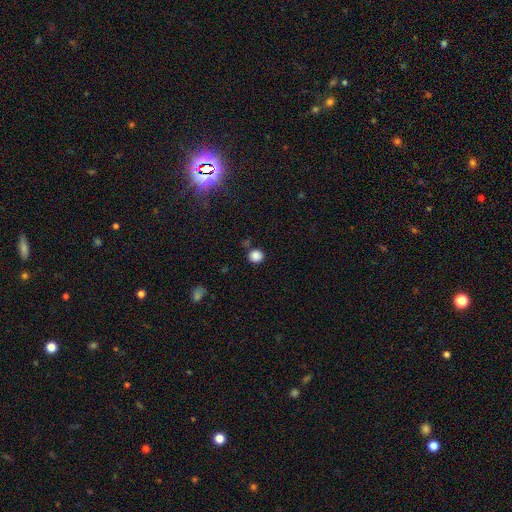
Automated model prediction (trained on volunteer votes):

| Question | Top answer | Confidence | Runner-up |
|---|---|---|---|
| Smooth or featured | smooth | 84% | star or artifact (12%) |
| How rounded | round | 89% | in between (10%) |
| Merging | none | 82% | minor disturbance (9%) |